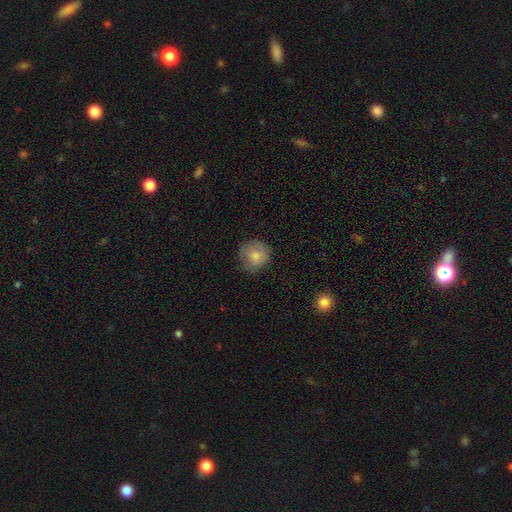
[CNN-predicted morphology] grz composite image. It shows a smooth galaxy with no disk features (82%) that is round (91%). Merging: none (77%).